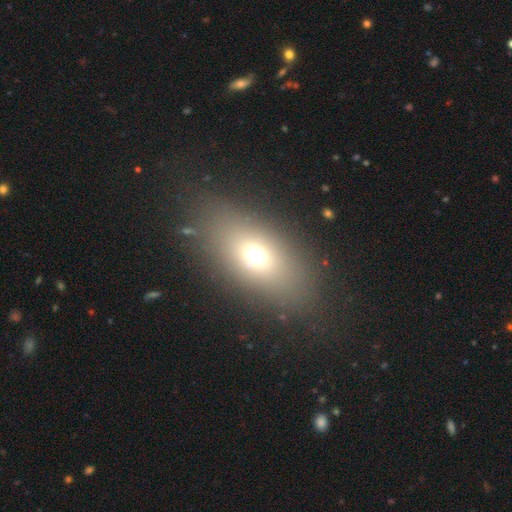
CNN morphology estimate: type=smooth (66%); roundness=in between (77%); merging=none (81%).